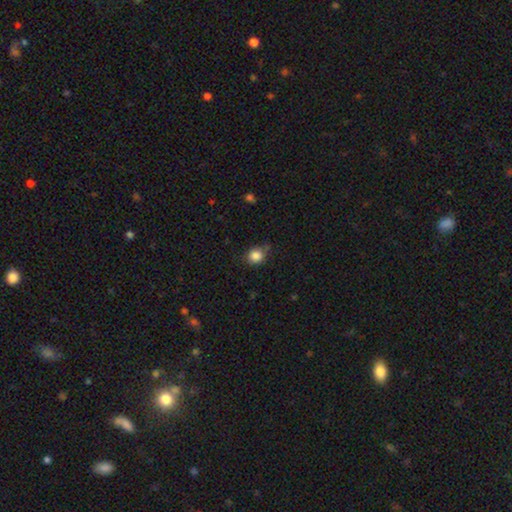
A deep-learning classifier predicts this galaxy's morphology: The model was most divided on "merging": none: 73%, minor disturbance: 21%, major disturbance: 4%, merger: 3%. More confident: smooth or featured — smooth (85%); how rounded — round (81%).